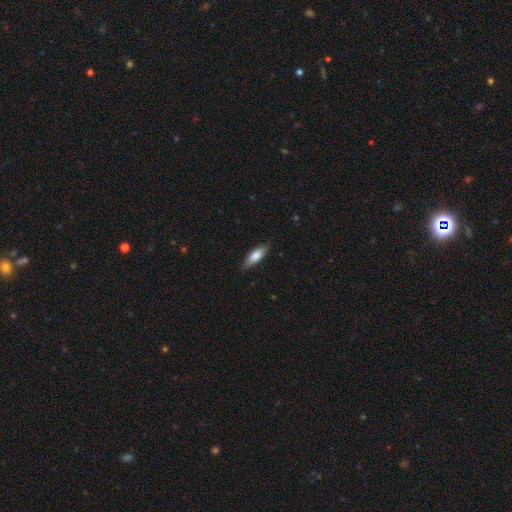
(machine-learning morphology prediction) Smooth or featured: smooth — 73% (featured or disk — 21%)
How rounded: in between — 54% (cigar-shaped — 44%)
Merging: none — 85% (minor disturbance — 12%)